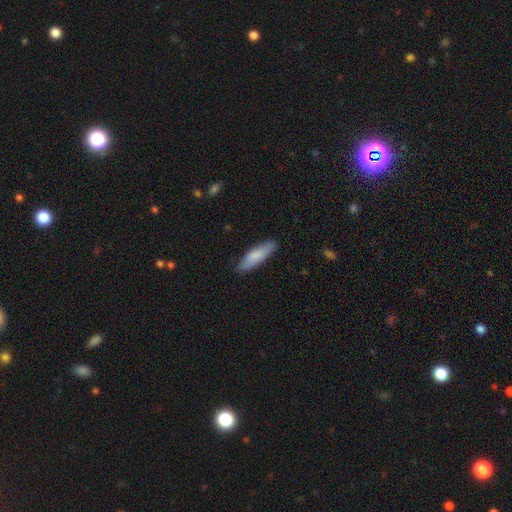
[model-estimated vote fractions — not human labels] Smooth or featured: smooth — 79% (featured or disk — 15%)
How rounded: cigar-shaped — 60% (in between — 38%)
Merging: none — 83% (minor disturbance — 13%)